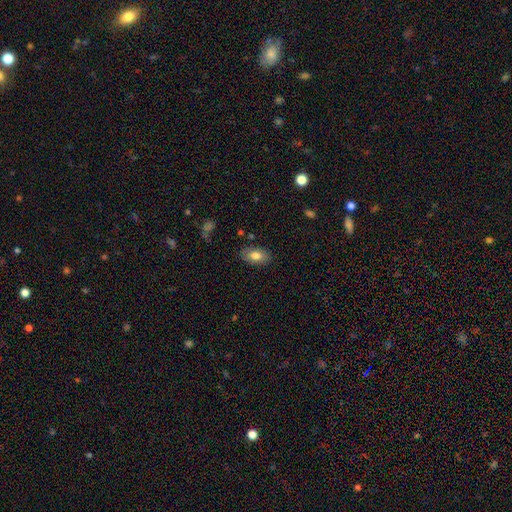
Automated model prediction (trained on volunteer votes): smooth-or-featured: smooth: 79% | featured or disk: 13% | star or artifact: 7%
  how-rounded: in between: 92% | round: 6% | cigar-shaped: 2%
  merging: none: 84% | minor disturbance: 12% | major disturbance: 3% | merger: 1%